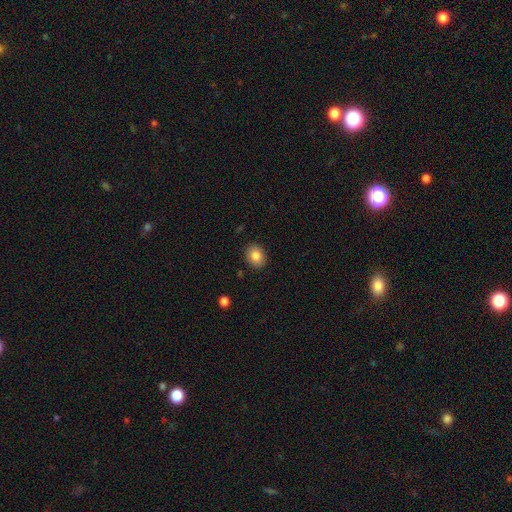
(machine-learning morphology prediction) Overall: smooth (83%). How rounded: round (56%; in between 43%). Merging: none (90%).